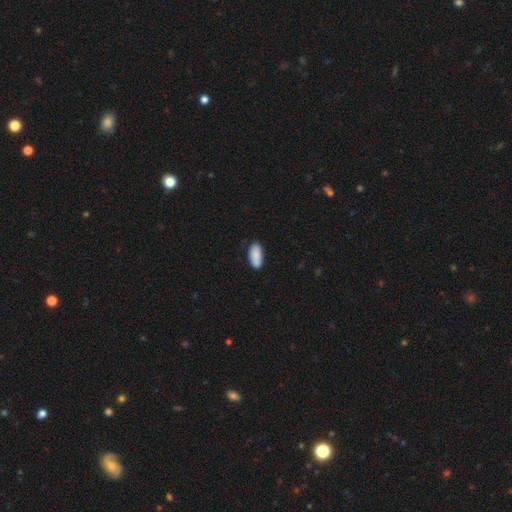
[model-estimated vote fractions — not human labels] Morphology: type=smooth (85%); roundness=in between (90%); merging=none (77%).